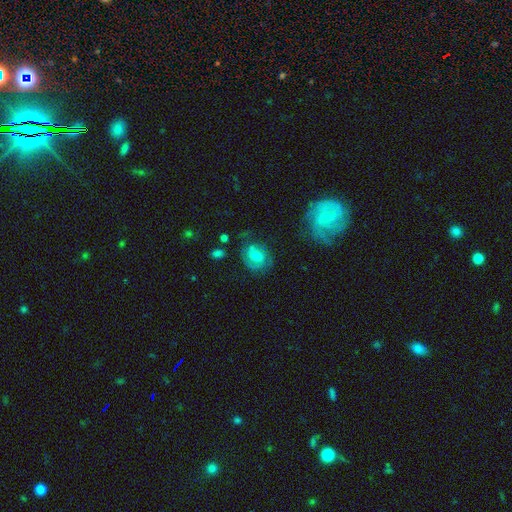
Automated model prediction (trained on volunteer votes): This appears to be a smooth galaxy with no disk features (47%). Merging: none (58%).